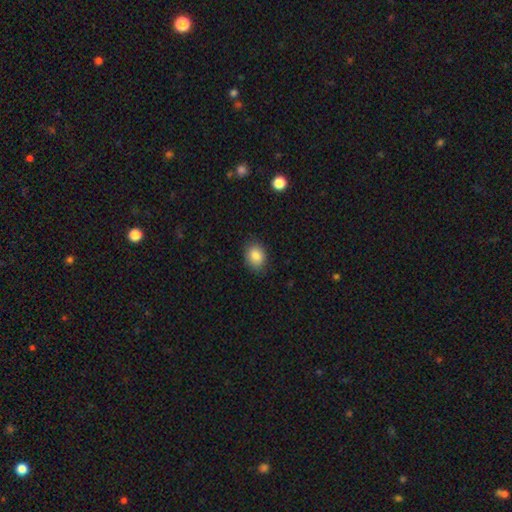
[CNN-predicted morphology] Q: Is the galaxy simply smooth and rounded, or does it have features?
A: smooth — 87%.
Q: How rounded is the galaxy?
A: in between — 64%.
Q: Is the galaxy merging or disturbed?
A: none — 83%.